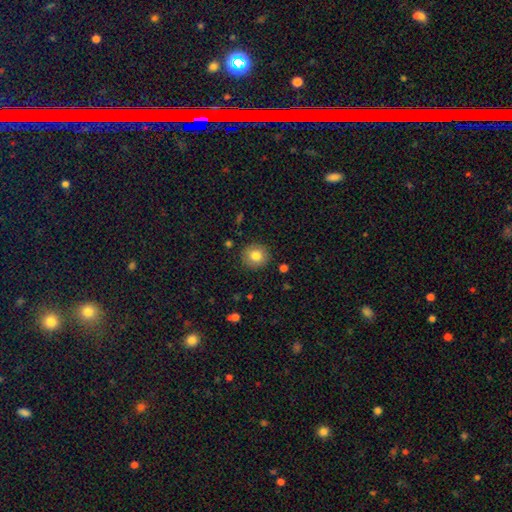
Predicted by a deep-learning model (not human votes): Morphology: type=smooth (81%); roundness=round (90%); merging=none (89%).